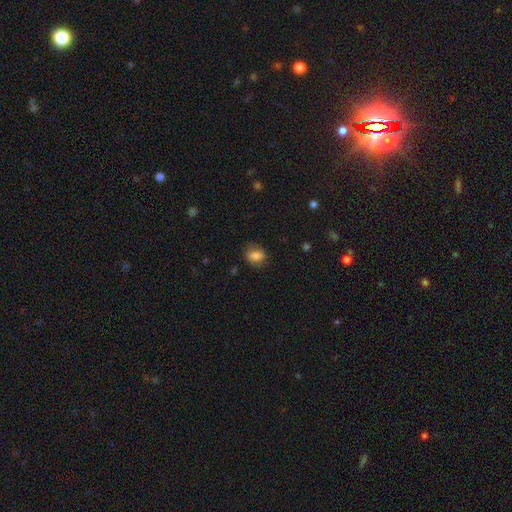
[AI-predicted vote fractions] A smooth galaxy with no disk features (82%) that is in between round and cigar-shaped (66%). Merging: none (71%).